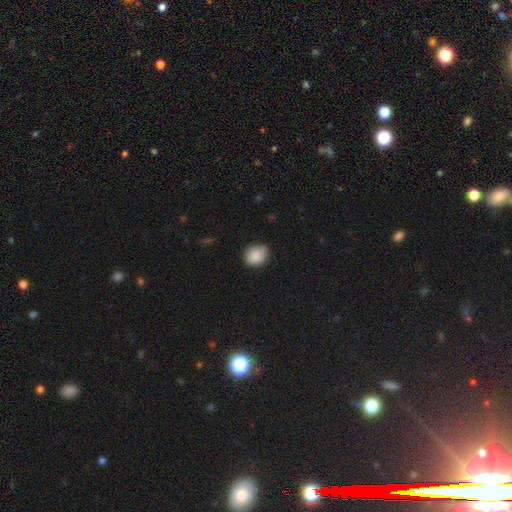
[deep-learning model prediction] This is clearly a smooth galaxy (86%). How rounded: likely round (67%). Merging: likely none (66%).